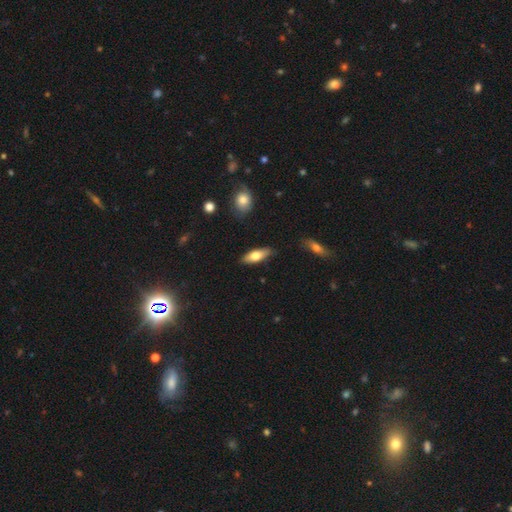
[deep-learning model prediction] Smooth or featured? smooth (68%)
How rounded? in between (66%)
Merging? none (85%)